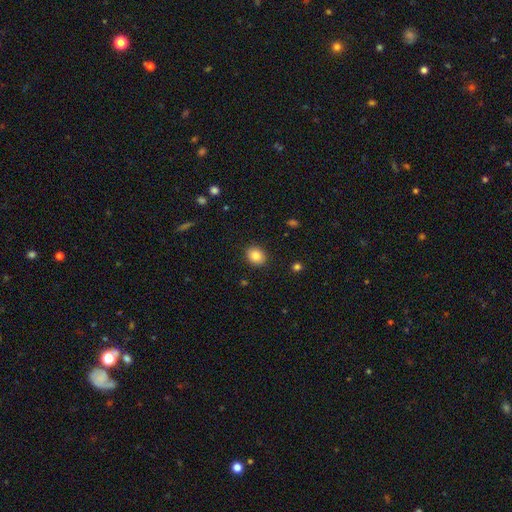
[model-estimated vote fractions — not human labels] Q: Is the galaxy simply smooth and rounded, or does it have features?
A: smooth — 84%.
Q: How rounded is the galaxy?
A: round — 63%.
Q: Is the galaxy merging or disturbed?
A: none — 90%.